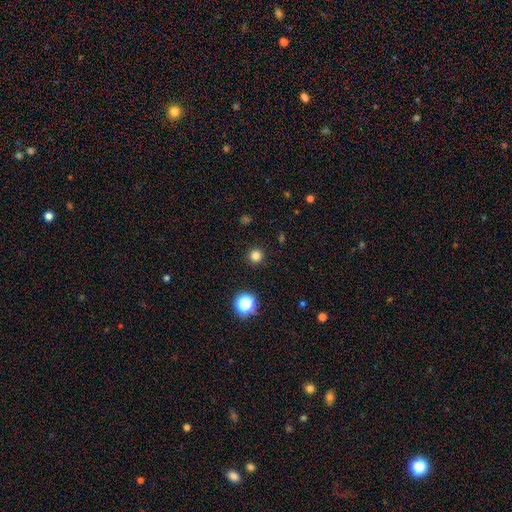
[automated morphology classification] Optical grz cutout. It shows a smooth galaxy with no disk features (80%) that is round (95%). Merging: none (92%).